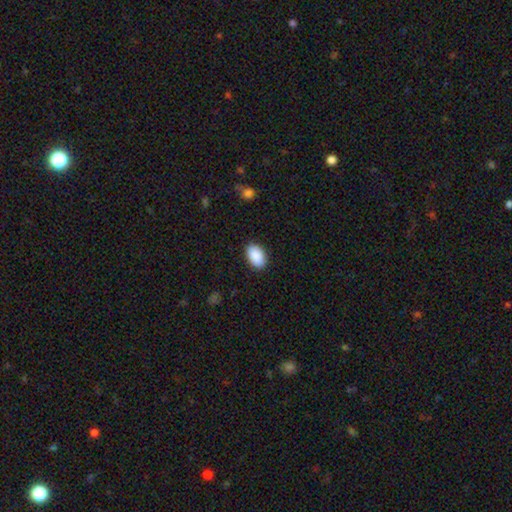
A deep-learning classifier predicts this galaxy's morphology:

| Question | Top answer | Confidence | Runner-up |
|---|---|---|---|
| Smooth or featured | smooth | 91% | star or artifact (7%) |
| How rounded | in between | 91% | round (7%) |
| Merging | none | 89% | minor disturbance (8%) |